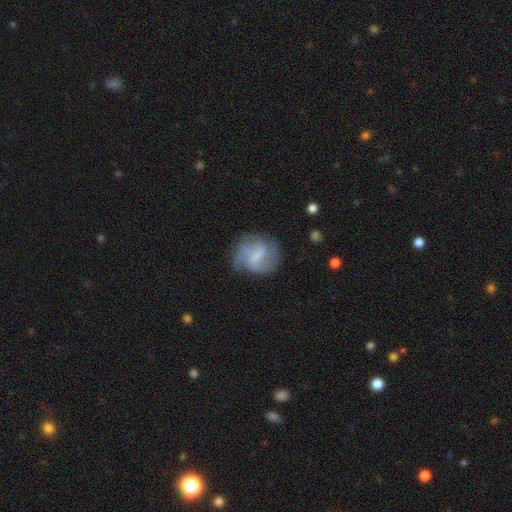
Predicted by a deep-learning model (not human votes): Smooth or featured? Predicted: featured or disk (p=0.62). Edge-on disk? Predicted: no (p=0.98). Bar? Predicted: weak (p=0.55). Spiral arms? Predicted: yes (p=0.85). Spiral winding? Predicted: medium (p=0.44). Spiral arm count? Predicted: 2 (p=0.40). Bulge size? Predicted: small (p=0.39). Merging? Predicted: none (p=0.63).